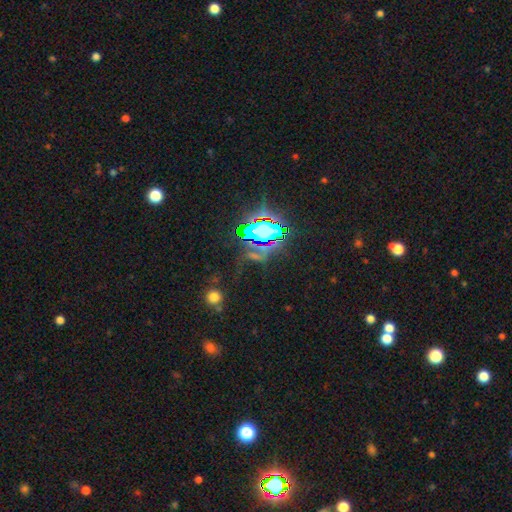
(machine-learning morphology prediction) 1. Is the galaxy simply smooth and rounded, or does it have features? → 73% star or artifact, 16% smooth, 11% featured or disk.